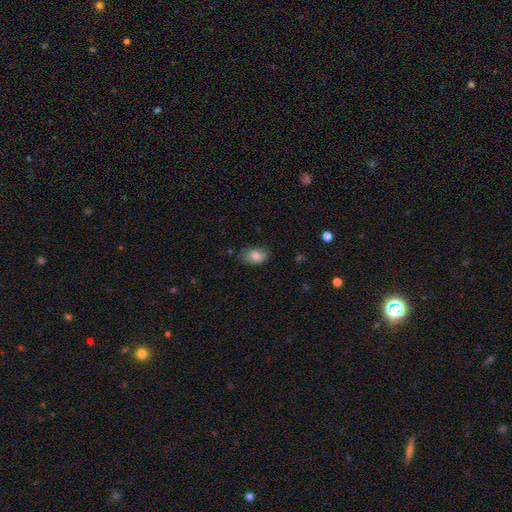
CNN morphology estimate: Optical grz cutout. It shows a smooth galaxy with no disk features (82%) that is in between round and cigar-shaped (88%). Merging: none (69%).